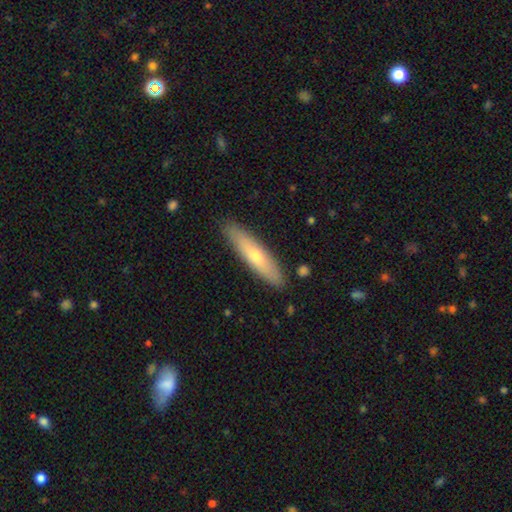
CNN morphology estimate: Overall: smooth (56%; featured or disk 38%). How rounded: cigar-shaped (80%). Merging: none (89%).